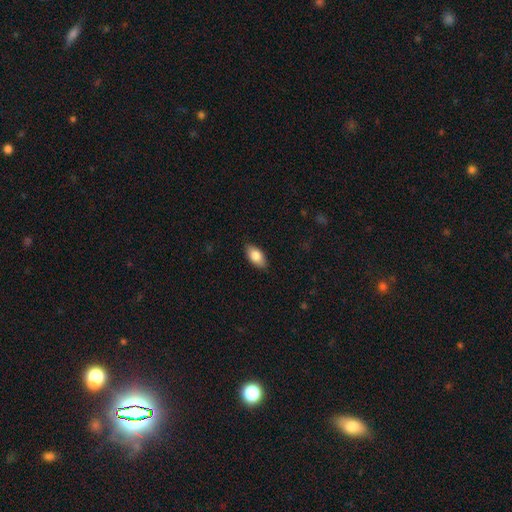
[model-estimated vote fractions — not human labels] This is clearly a smooth galaxy (83%). How rounded: clearly in between (92%). Merging: clearly none (87%).